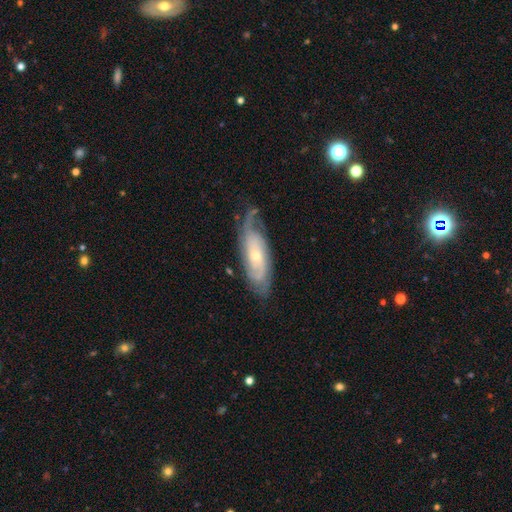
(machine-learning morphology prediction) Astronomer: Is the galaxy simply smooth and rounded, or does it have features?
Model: featured or disk — 81%.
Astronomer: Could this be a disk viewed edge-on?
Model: no — 87%.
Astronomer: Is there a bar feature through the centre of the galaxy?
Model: no — 66%.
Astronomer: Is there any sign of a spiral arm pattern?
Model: yes — 95%.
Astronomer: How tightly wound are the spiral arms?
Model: tight — 55% (runner-up: medium, 34%).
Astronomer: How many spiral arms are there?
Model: can't tell — 34%, tied with 2 at 34%.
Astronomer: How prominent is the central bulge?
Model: small — 60% (runner-up: moderate, 36%).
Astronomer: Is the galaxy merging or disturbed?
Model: none — 68%.